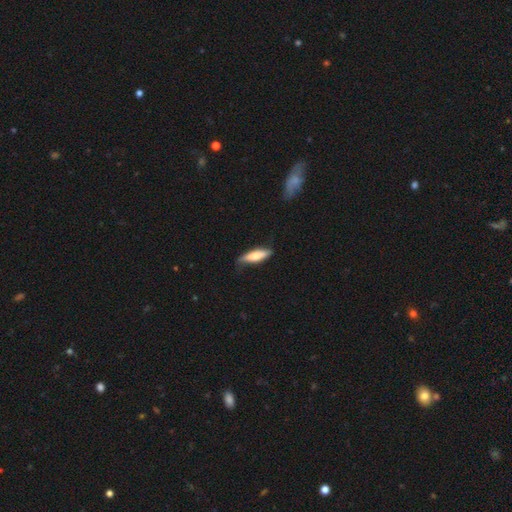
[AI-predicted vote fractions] A smooth galaxy with no disk features (67%) that is cigar-shaped (59%).

Vote fractions:
- Smooth or featured? smooth: 67% / featured or disk: 28% / star or artifact: 5%
- How rounded? cigar-shaped: 59% / in between: 39% / round: 2%
- Merging? none: 63% / minor disturbance: 29% / major disturbance: 6% / merger: 2%